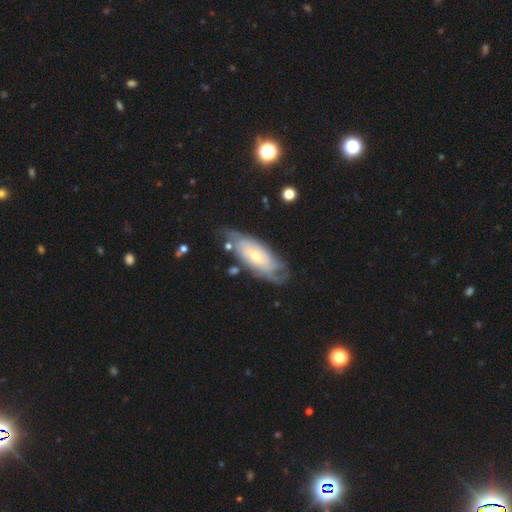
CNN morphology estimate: Smooth or featured? Predicted: featured or disk (p=0.77). Edge-on disk? Predicted: no (p=0.88). Bar? Predicted: no (p=0.56). Spiral arms? Predicted: yes (p=0.90). Spiral winding? Predicted: tight (p=0.65). Spiral arm count? Predicted: can't tell (p=0.52). Bulge size? Predicted: moderate (p=0.50). Merging? Predicted: none (p=0.63).